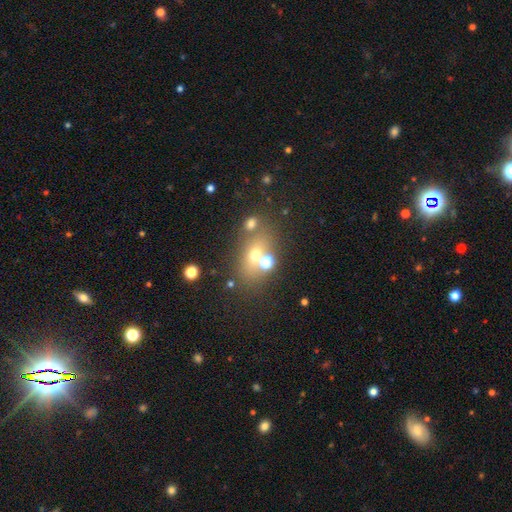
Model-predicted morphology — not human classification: Smooth or featured? Predicted: smooth (p=0.58). How rounded? Predicted: in between (p=0.63). Merging? Predicted: none (p=0.57).